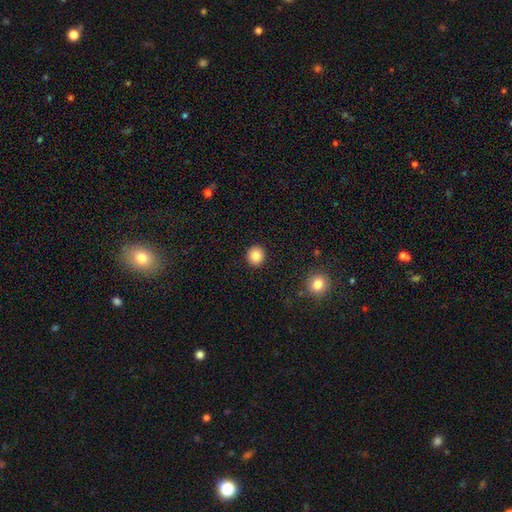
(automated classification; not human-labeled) Smooth or featured? smooth (85%)
How rounded? round (89%)
Merging? none (92%)